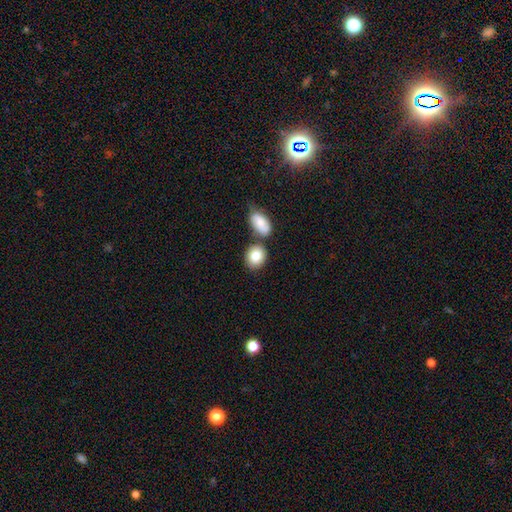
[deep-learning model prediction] Overall: smooth (84%). How rounded: round (54%; in between 45%). Merging: none (61%; merger 23%).